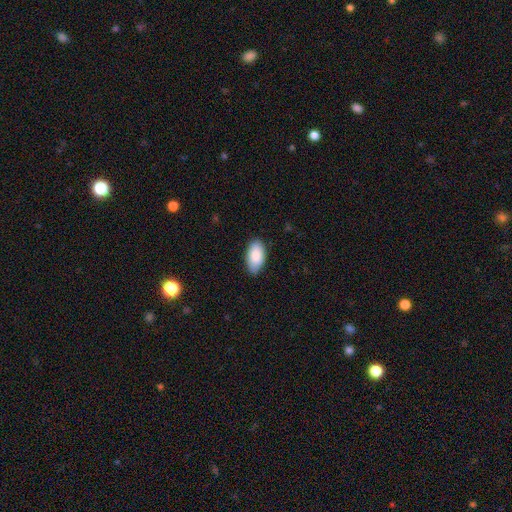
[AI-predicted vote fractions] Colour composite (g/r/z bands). It shows a smooth galaxy with no disk features (88%) that is in between round and cigar-shaped (95%). Merging: none (83%).